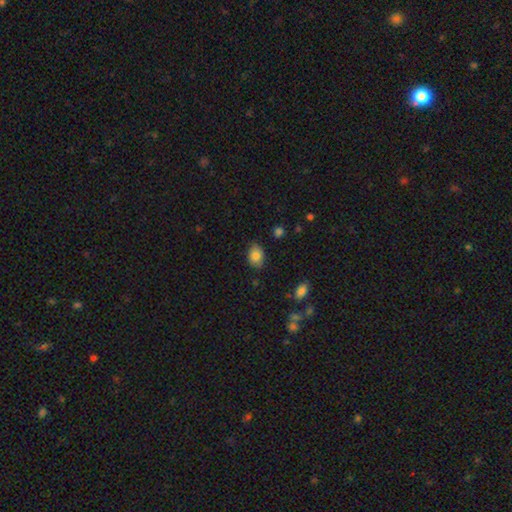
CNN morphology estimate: smooth-or-featured: smooth: 84% | star or artifact: 9% | featured or disk: 7%
  how-rounded: in between: 79% | round: 19% | cigar-shaped: 1%
  merging: none: 79% | minor disturbance: 16% | major disturbance: 3% | merger: 1%